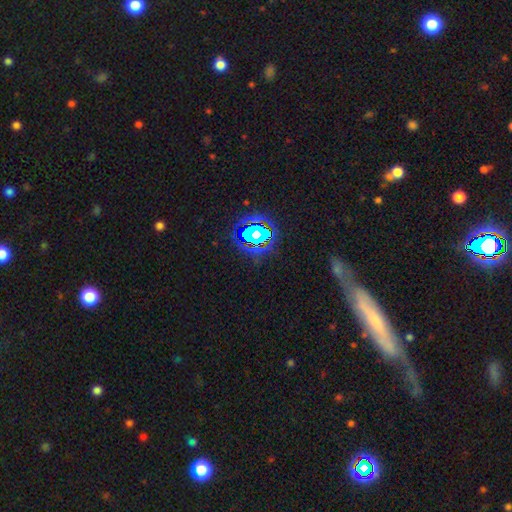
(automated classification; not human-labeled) Morphology: type=featured or disk (44%); merging=none (77%).